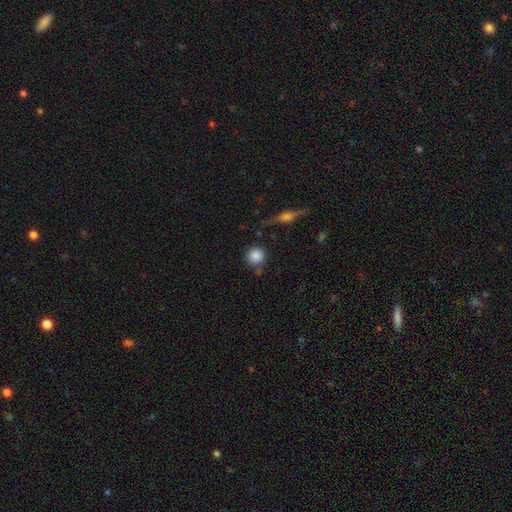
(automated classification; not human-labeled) The model was most divided on "merging": none: 74%, minor disturbance: 13%, merger: 8%, major disturbance: 4%. More confident: how rounded — round (93%); smooth or featured — smooth (85%).